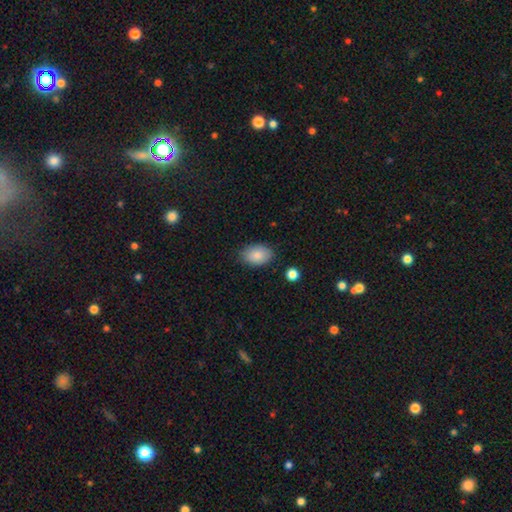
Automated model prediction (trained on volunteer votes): A smooth galaxy with no disk features (86%) that is in between round and cigar-shaped (86%).

Vote fractions:
- Smooth or featured? smooth: 86% / star or artifact: 7% / featured or disk: 7%
- How rounded? in between: 86% / round: 12% / cigar-shaped: 1%
- Merging? none: 83% / minor disturbance: 13% / major disturbance: 3% / merger: 2%